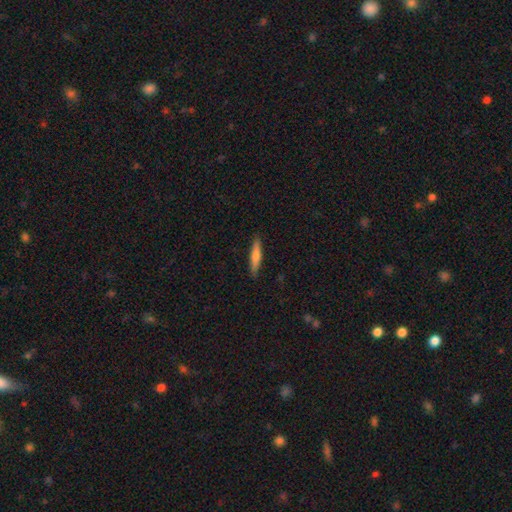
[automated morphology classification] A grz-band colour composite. It shows a smooth galaxy with no disk features (68%) that is cigar-shaped (89%). Merging: none (89%).